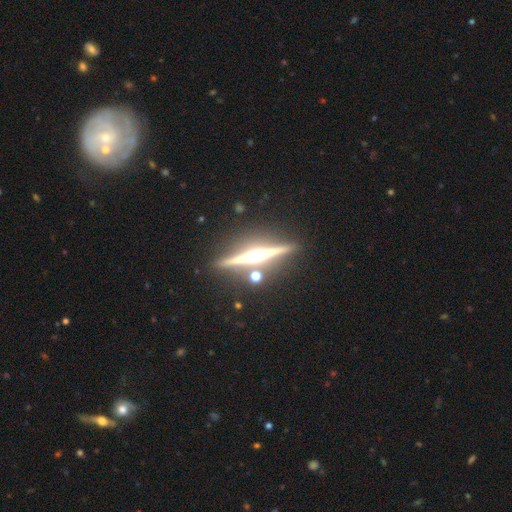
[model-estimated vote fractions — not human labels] Q: Smooth or featured?
A: featured or disk (84%); runner-up: smooth (8%)
Q: Edge-on disk?
A: yes (98%); runner-up: no (2%)
Q: Edge-on bulge?
A: rounded (87%); runner-up: none (6%)
Q: Merging?
A: none (88%); runner-up: minor disturbance (7%)